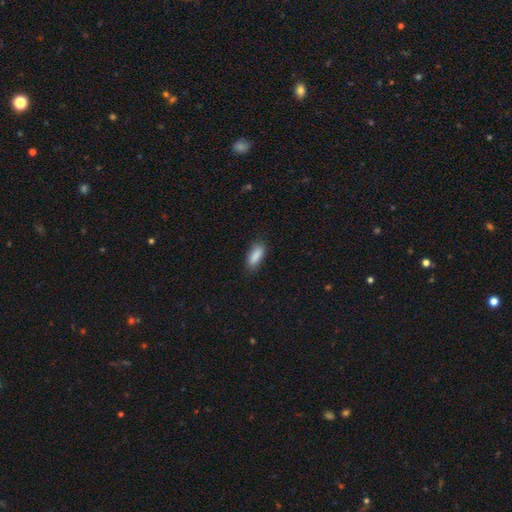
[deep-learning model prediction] A smooth galaxy with no disk features (88%) that is in between round and cigar-shaped (75%).

Vote fractions:
- Smooth or featured? smooth: 88% / star or artifact: 7% / featured or disk: 5%
- How rounded? in between: 75% / cigar-shaped: 23% / round: 2%
- Merging? none: 80% / minor disturbance: 15% / major disturbance: 3% / merger: 1%